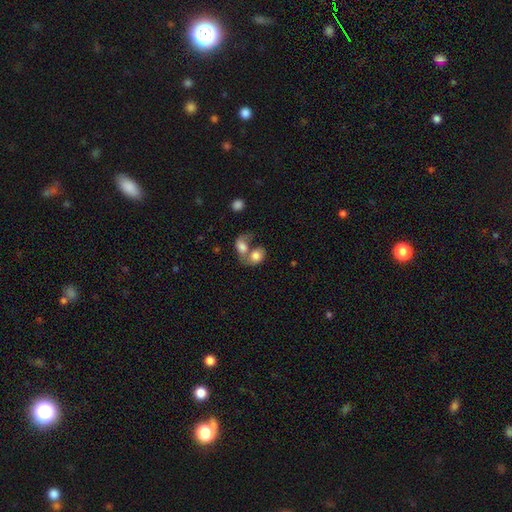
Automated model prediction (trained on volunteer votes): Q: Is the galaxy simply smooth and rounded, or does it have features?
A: smooth — 72%.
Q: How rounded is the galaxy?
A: in between — 59%.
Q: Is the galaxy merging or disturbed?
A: merger — 72%.